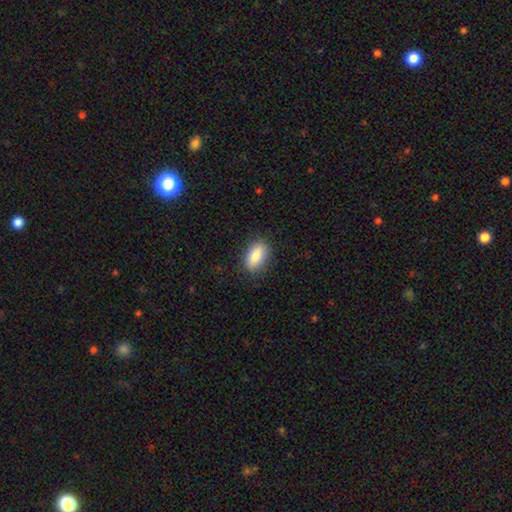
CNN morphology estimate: The model was most divided on "merging": none: 85%, minor disturbance: 11%, major disturbance: 3%, merger: 1%. More confident: how rounded — in between (90%); smooth or featured — smooth (87%).